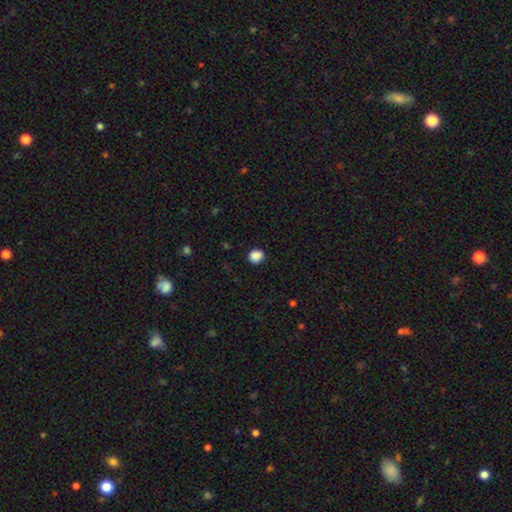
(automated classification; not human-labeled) smooth 88%, star or artifact 10%, featured or disk 3%. Down the decision tree: how rounded — round (78%); merging — none (90%).